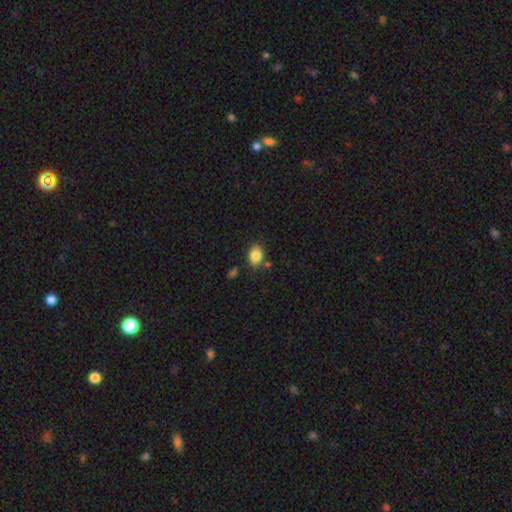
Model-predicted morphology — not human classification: A smooth galaxy with no disk features (86%) that is in between round and cigar-shaped (72%). Merging: none (80%).